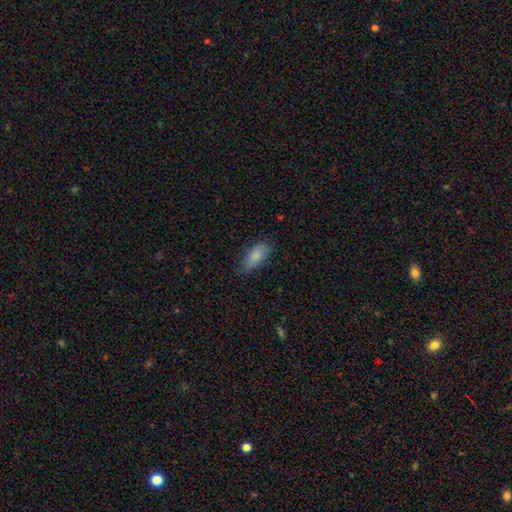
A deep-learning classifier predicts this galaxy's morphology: smooth_or_featured: smooth (p=0.85) [alt: featured or disk p=0.08]
how_rounded: in between (p=0.84) [alt: cigar-shaped p=0.14]
merging: none (p=0.70) [alt: minor disturbance p=0.23]